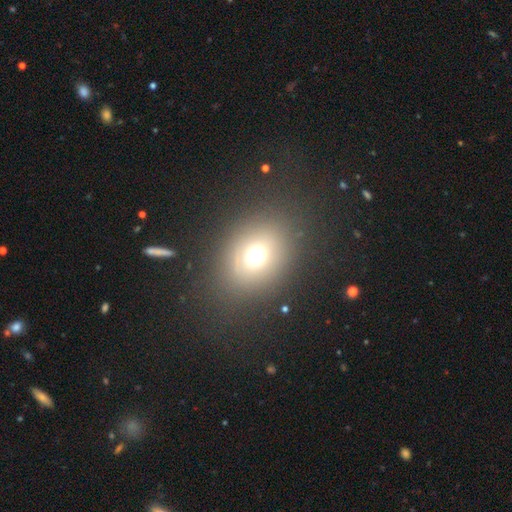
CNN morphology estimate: This appears to be a smooth galaxy with no disk features (65%) that is in between round and cigar-shaped (50%). Merging: none (80%).